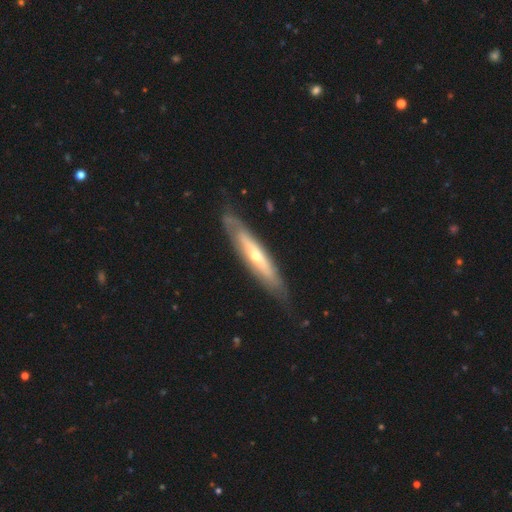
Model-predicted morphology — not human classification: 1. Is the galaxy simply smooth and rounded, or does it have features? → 69% featured or disk, 25% smooth, 6% star or artifact.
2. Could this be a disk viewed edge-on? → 63% yes, 37% no.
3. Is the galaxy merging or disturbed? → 80% none, 15% minor disturbance, 3% major disturbance, 1% merger.